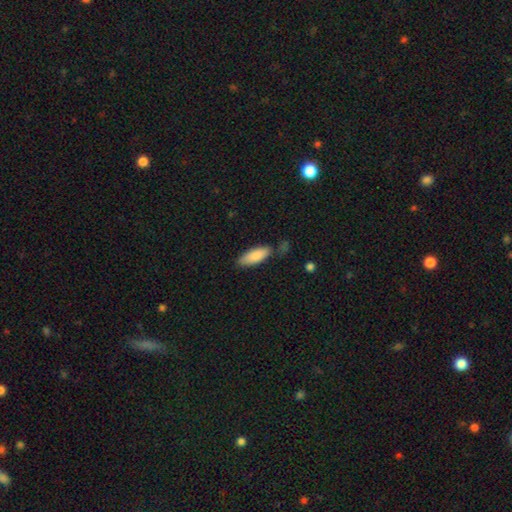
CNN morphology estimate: This is clearly a smooth galaxy (86%). How rounded: likely in between (72%). Merging: likely none (72%).